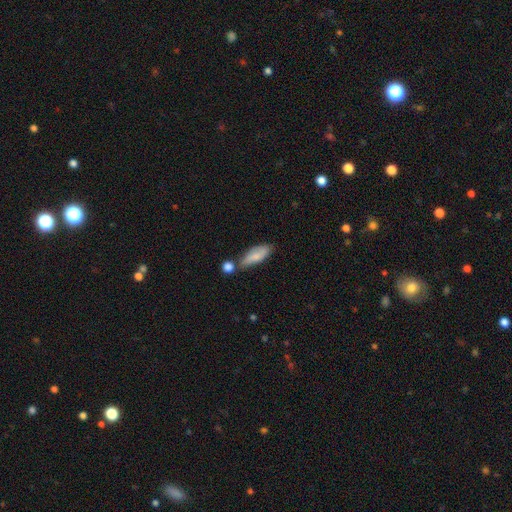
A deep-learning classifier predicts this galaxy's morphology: Overall: smooth (72%). How rounded: in between (64%; cigar-shaped 34%). Merging: none (53%; minor disturbance 21%).